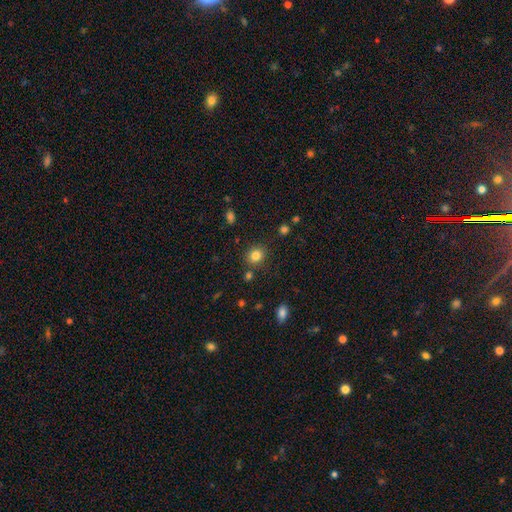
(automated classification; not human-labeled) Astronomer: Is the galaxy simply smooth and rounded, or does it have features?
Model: smooth — 82%.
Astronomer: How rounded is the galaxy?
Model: round — 76%.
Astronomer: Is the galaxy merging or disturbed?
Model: none — 83%.